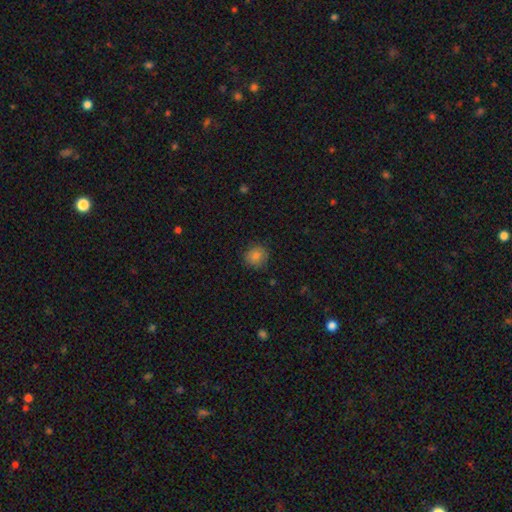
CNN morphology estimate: This appears to be a smooth galaxy with no disk features (82%) that is round (88%). Merging: none (86%).